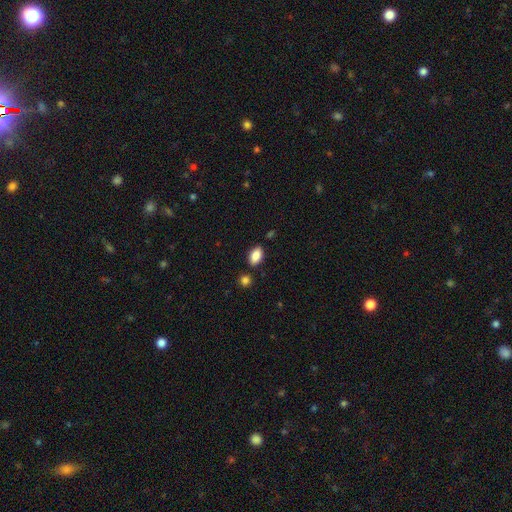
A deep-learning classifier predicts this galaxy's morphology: Smooth or featured? Predicted: smooth (p=0.87). How rounded? Predicted: in between (p=0.91). Merging? Predicted: none (p=0.83).